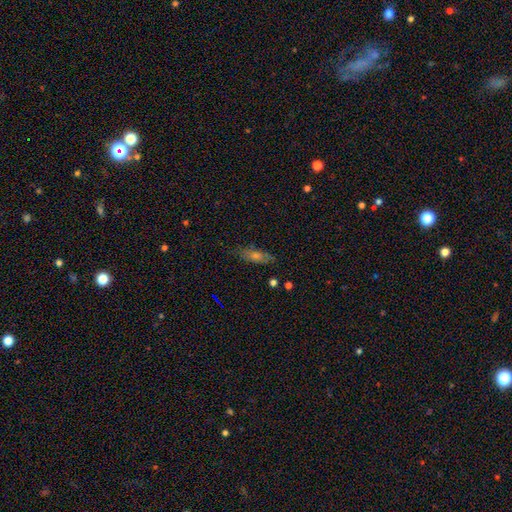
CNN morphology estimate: type=smooth (43%); merging=none (81%).